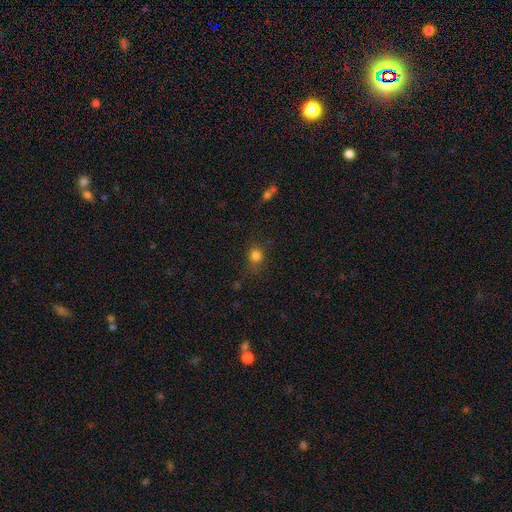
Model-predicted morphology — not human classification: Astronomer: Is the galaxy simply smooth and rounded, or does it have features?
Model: smooth — 80%.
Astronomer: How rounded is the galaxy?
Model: round — 78%.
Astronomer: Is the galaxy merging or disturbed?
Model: none — 77%.